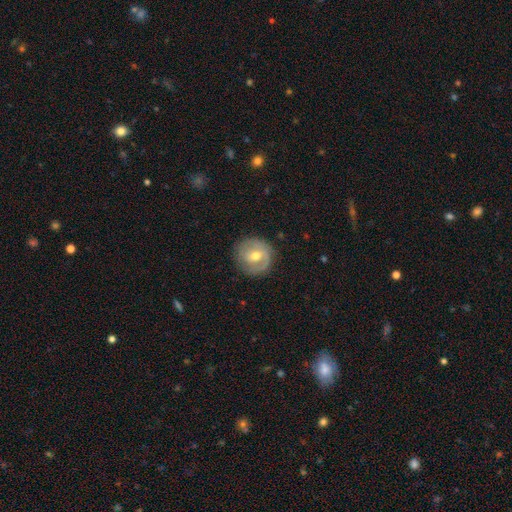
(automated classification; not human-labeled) A featured or disk galaxy (58%) with a weak bar (44%), spiral arms (70%) and a moderate central bulge (71%). Merging: none (79%).